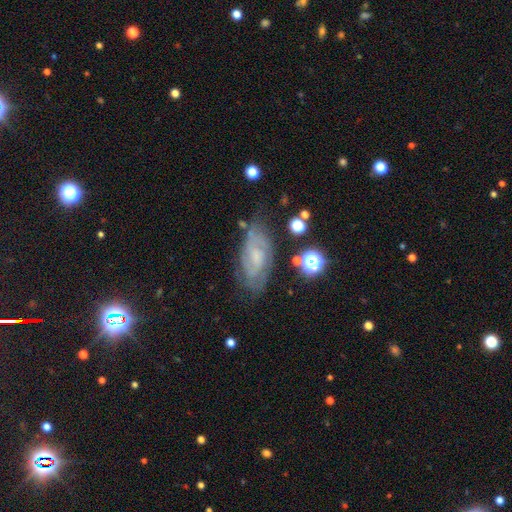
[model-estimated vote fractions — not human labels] smooth_or_featured: featured or disk (p=0.70) [alt: smooth p=0.19]
disk_edge_on: no (p=0.92) [alt: yes p=0.08]
bar: no (p=0.50) [alt: weak p=0.41]
has_spiral_arms: yes (p=0.89) [alt: no p=0.11]
spiral_winding: tight (p=0.55) [alt: medium p=0.35]
spiral_arm_count: 2 (p=0.44) [alt: can't tell p=0.37]
bulge_size: small (p=0.48) [alt: moderate p=0.28]
merging: none (p=0.71) [alt: minor disturbance p=0.19]